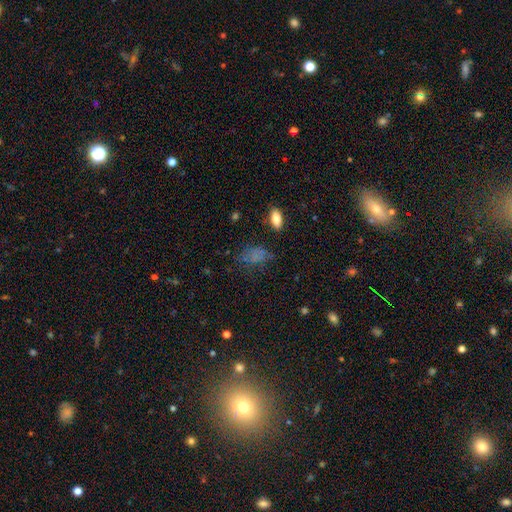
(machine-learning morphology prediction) smooth 63%, star or artifact 20%, featured or disk 16%. Down the decision tree: how rounded — in between (78%); merging — none (54%).